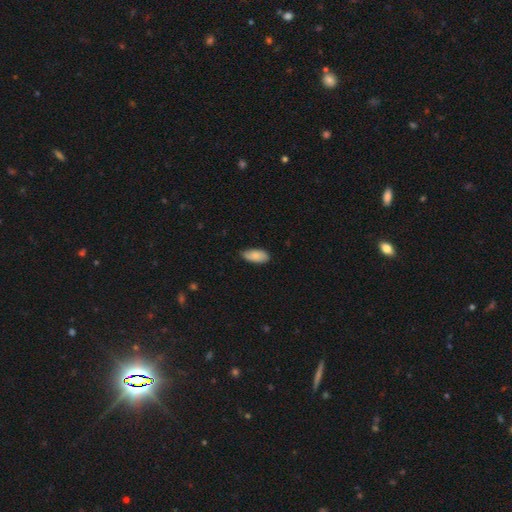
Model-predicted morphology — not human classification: smooth 84%, featured or disk 10%, star or artifact 6%. Down the decision tree: how rounded — in between (92%); merging — none (70%).